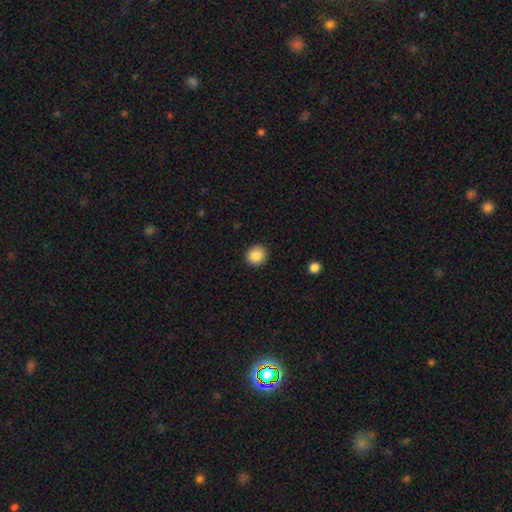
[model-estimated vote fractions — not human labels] A smooth galaxy with no disk features (87%) that is round (90%).

Vote fractions:
- Smooth or featured? smooth: 87% / star or artifact: 9% / featured or disk: 3%
- How rounded? round: 90% / in between: 9% / cigar-shaped: 1%
- Merging? none: 90% / minor disturbance: 7% / major disturbance: 2% / merger: 1%